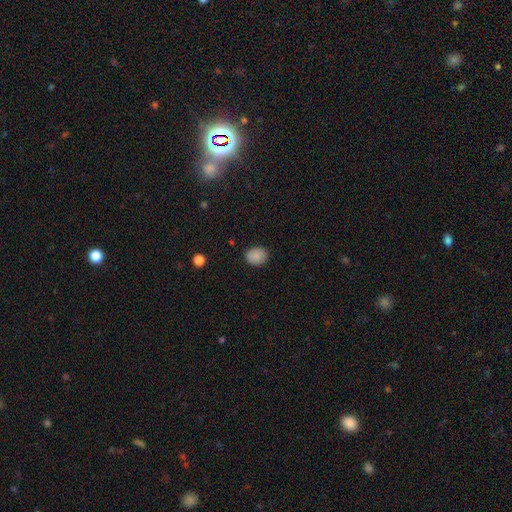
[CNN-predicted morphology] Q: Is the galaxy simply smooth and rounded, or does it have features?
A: smooth — 87%.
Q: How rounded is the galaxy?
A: round — 62%.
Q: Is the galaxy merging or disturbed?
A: none — 88%.